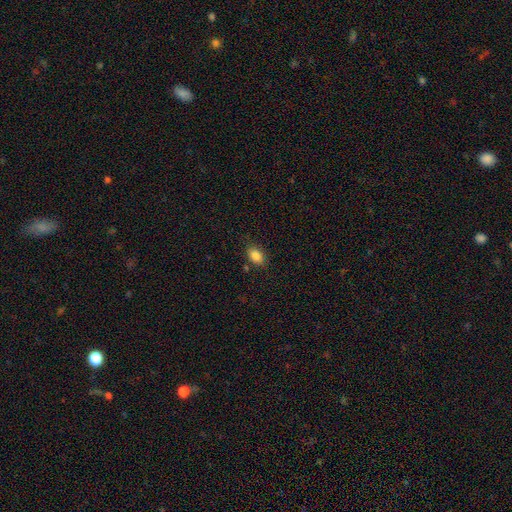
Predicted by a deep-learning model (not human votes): Smooth or featured: smooth — 86% (star or artifact — 9%)
How rounded: in between — 84% (round — 14%)
Merging: none — 81% (minor disturbance — 13%)